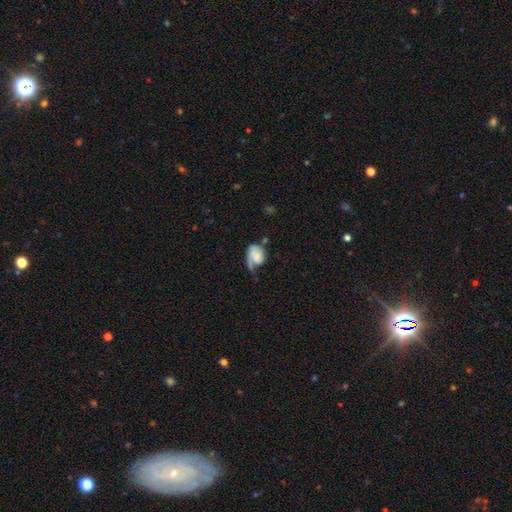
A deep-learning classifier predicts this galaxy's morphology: type=featured or disk (48%); merging=major disturbance (38%).